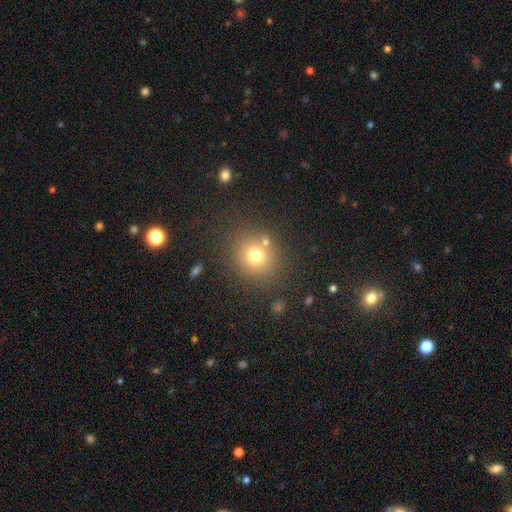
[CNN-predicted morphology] Smooth or featured? Predicted: smooth (p=0.73). How rounded? Predicted: round (p=0.86). Merging? Predicted: none (p=0.77).